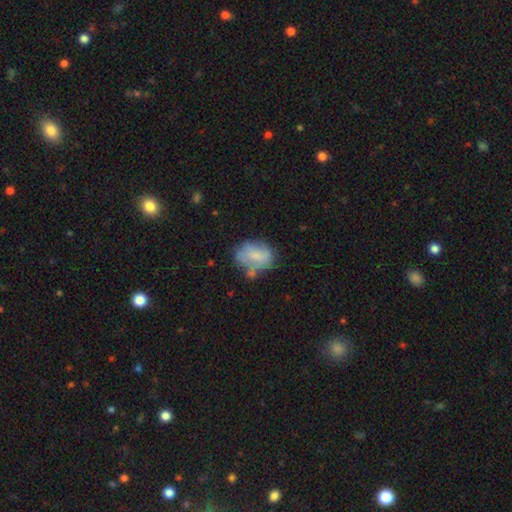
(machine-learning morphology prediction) The model was most divided on "merging": none: 49%, minor disturbance: 27%, merger: 12%, major disturbance: 12%. More confident: smooth or featured — smooth (68%); how rounded — in between (66%).